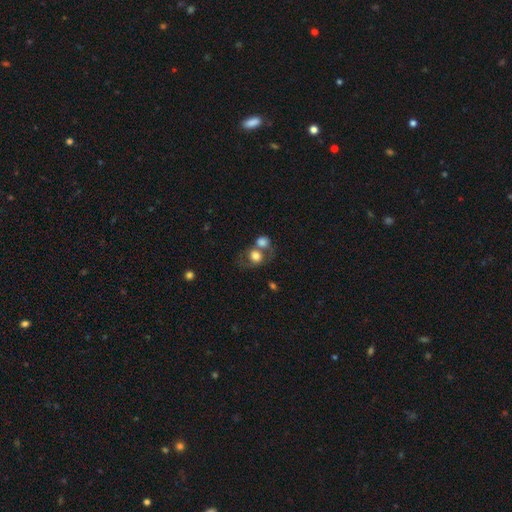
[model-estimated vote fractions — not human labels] This is likely a smooth galaxy (69%). How rounded: likely round (63%). Merging: possibly merger (49%).